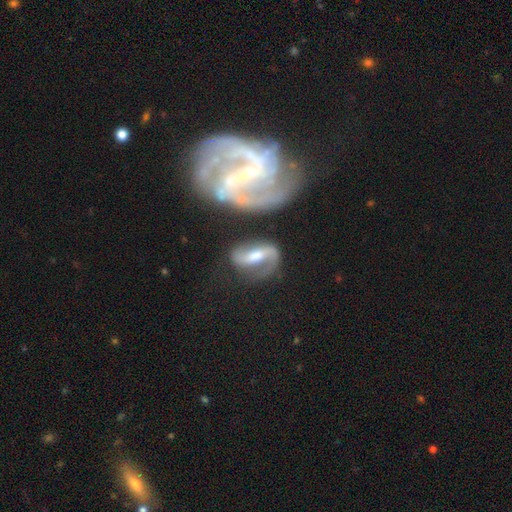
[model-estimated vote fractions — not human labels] Smooth or featured?
  - featured or disk: 80% *
  - smooth: 14%
  - star or artifact: 6%
Edge-on disk?
  - no: 95% *
  - yes: 5%
Bar?
  - strong: 44% *
  - weak: 36%
  - no: 20%
Spiral arms?
  - yes: 91% *
  - no: 9%
Spiral winding?
  - medium: 44% *
  - loose: 35%
  - tight: 21%
Spiral arm count?
  - 2: 85% *
  - 1: 7%
  - can't tell: 5%
  - 3: 2%
  - 4: 1%
  - more than 4: 1%
Bulge size?
  - moderate: 58% *
  - small: 27%
  - large: 9%
  - none: 4%
  - dominant: 2%
Merging?
  - none: 56% *
  - minor disturbance: 19%
  - major disturbance: 15%
  - merger: 11%